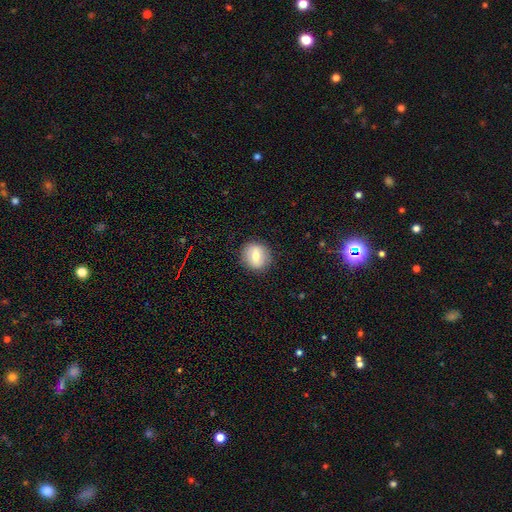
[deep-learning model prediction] Q: Smooth or featured?
A: smooth (60%); runner-up: featured or disk (31%)
Q: How rounded?
A: round (82%); runner-up: in between (17%)
Q: Merging?
A: none (88%); runner-up: minor disturbance (9%)